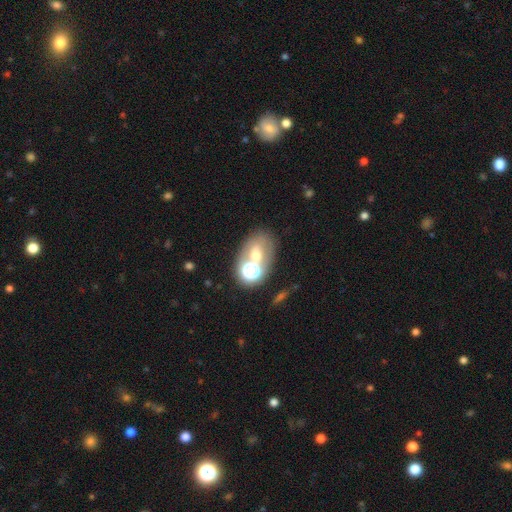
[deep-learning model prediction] This appears to be a smooth galaxy with no disk features (48%). Merging: none (43%).